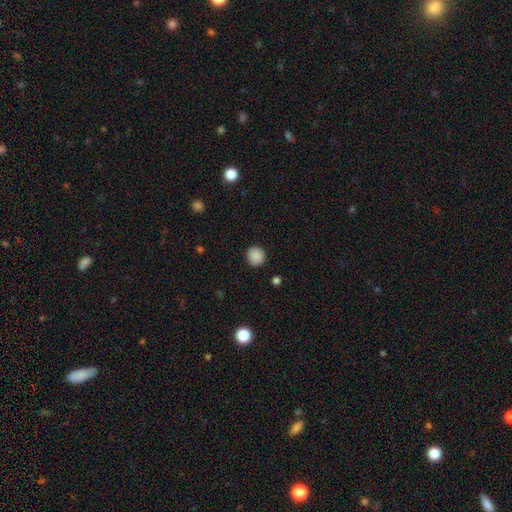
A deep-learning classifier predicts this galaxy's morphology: This is clearly a smooth galaxy (88%). How rounded: clearly round (89%). Merging: clearly none (90%).